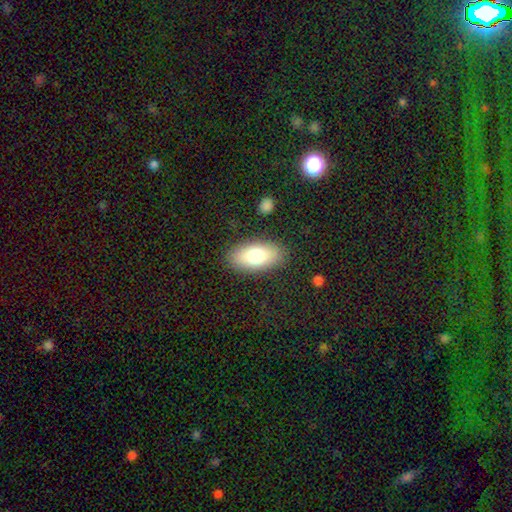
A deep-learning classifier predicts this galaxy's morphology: A smooth galaxy with no disk features (77%) that is in between round and cigar-shaped (92%).

Vote fractions:
- Smooth or featured? smooth: 77% / featured or disk: 16% / star or artifact: 7%
- How rounded? in between: 92% / cigar-shaped: 5% / round: 3%
- Merging? none: 86% / minor disturbance: 9% / major disturbance: 3% / merger: 2%